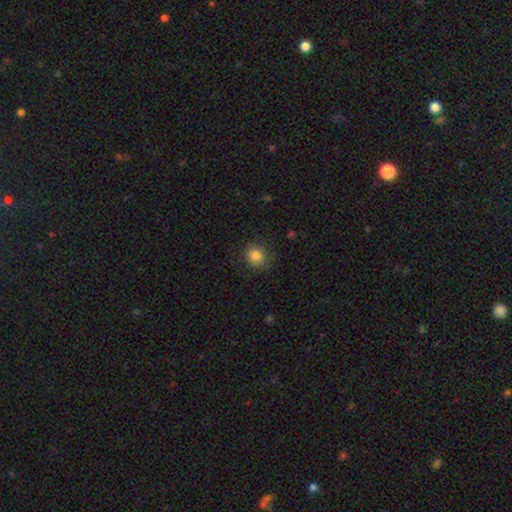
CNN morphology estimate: smooth-or-featured: smooth: 85% | star or artifact: 9% | featured or disk: 6%
  how-rounded: round: 84% | in between: 15% | cigar-shaped: 1%
  merging: none: 79% | minor disturbance: 15% | major disturbance: 5% | merger: 1%